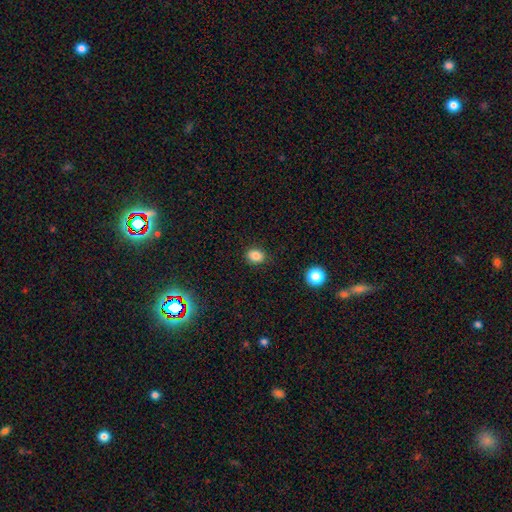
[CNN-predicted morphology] smooth 84%, star or artifact 11%, featured or disk 5%. Down the decision tree: how rounded — in between (56%); merging — none (87%).